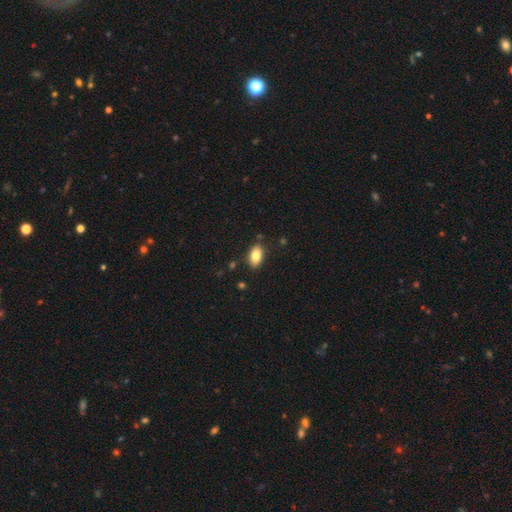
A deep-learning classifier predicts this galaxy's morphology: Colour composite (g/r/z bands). It shows a smooth galaxy with no disk features (82%) that is in between round and cigar-shaped (91%). Merging: none (85%).